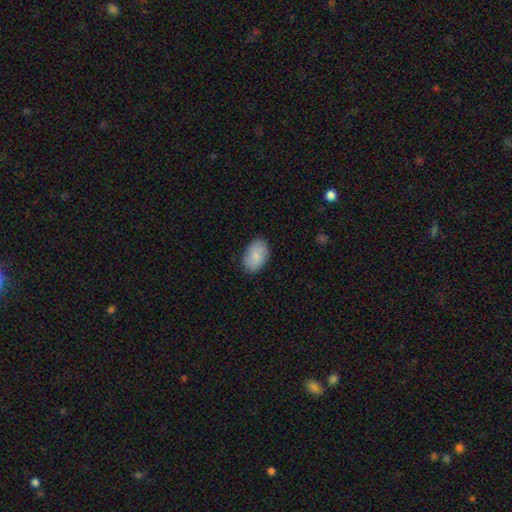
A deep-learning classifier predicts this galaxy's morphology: This appears to be a smooth galaxy with no disk features (84%) that is in between round and cigar-shaped (90%). Merging: none (85%).